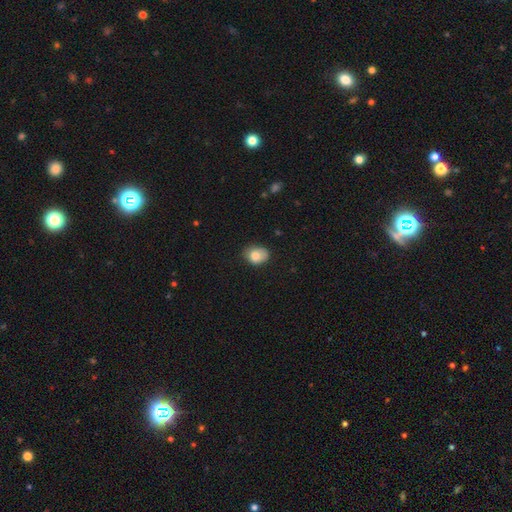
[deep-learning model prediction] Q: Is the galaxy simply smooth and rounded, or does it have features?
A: smooth — 81%.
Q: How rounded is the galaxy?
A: in between — 57%.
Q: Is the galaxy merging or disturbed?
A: none — 64%.